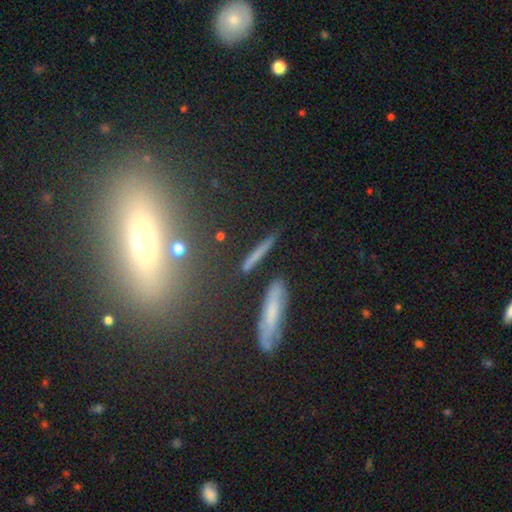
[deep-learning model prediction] This is possibly a smooth galaxy (56%). How rounded: clearly cigar-shaped (87%). Merging: clearly none (80%).